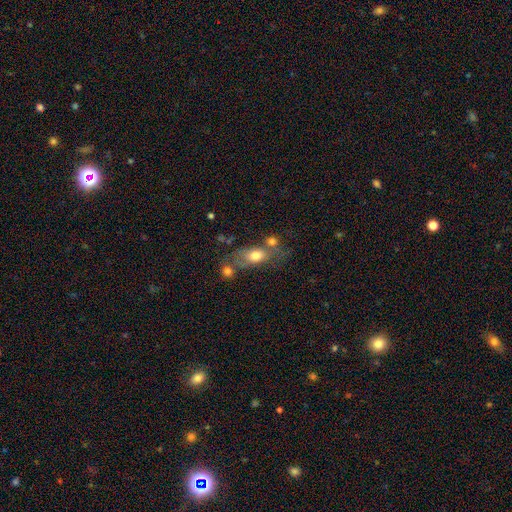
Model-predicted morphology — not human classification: Overall: smooth (73%). How rounded: in between (78%). Merging: none (41%; merger 31%).